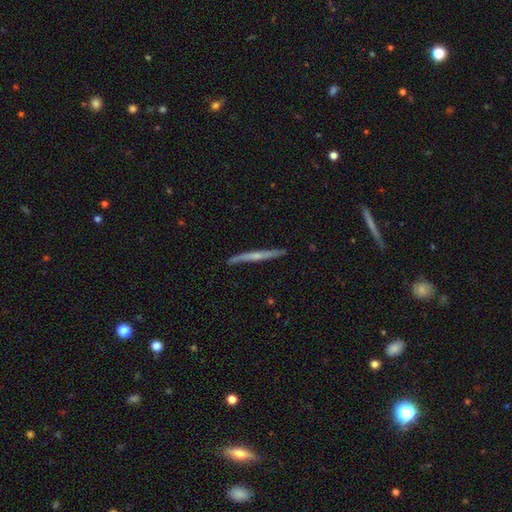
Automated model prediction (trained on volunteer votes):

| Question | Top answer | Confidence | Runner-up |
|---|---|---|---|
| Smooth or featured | featured or disk | 66% | smooth (28%) |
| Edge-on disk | yes | 94% | no (6%) |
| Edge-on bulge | rounded | 48% | none (45%) |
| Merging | none | 85% | minor disturbance (12%) |